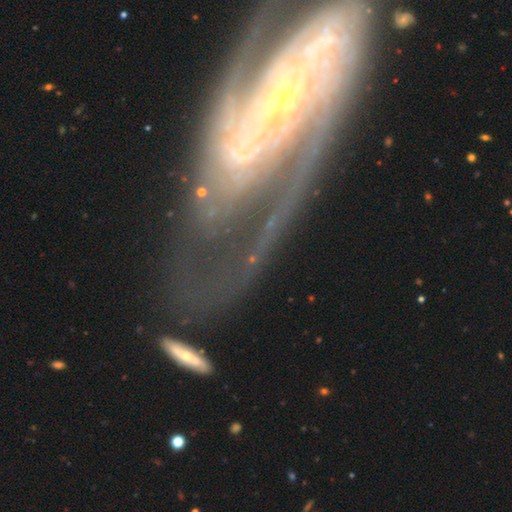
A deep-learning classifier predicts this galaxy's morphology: A featured or disk galaxy (80%) with no bar (43%), 2 (42%) tight (50%) spiral arms (89%) and a small central bulge (57%).

Vote fractions:
- Smooth or featured? featured or disk: 80% / smooth: 11% / star or artifact: 9%
- Edge-on disk? no: 90% / yes: 10%
- Bar? no: 43% / weak: 31% / strong: 26%
- Spiral arms? yes: 89% / no: 11%
- Spiral winding? tight: 50% / medium: 34% / loose: 16%
- Spiral arm count? 2: 42% / can't tell: 25% / 3: 12% / 1: 7% / 4: 7% / more than 4: 7%
- Bulge size? small: 57% / moderate: 32% / large: 5% / none: 4% / dominant: 2%
- Merging? none: 57% / major disturbance: 19% / minor disturbance: 18% / merger: 6%